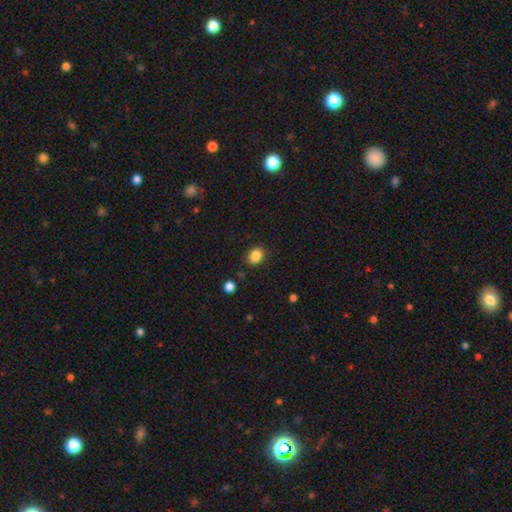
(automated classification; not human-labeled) Smooth or featured?
  - smooth: 86% *
  - star or artifact: 10%
  - featured or disk: 4%
How rounded?
  - in between: 58% *
  - round: 41%
  - cigar-shaped: 1%
Merging?
  - none: 87% *
  - minor disturbance: 9%
  - major disturbance: 3%
  - merger: 2%